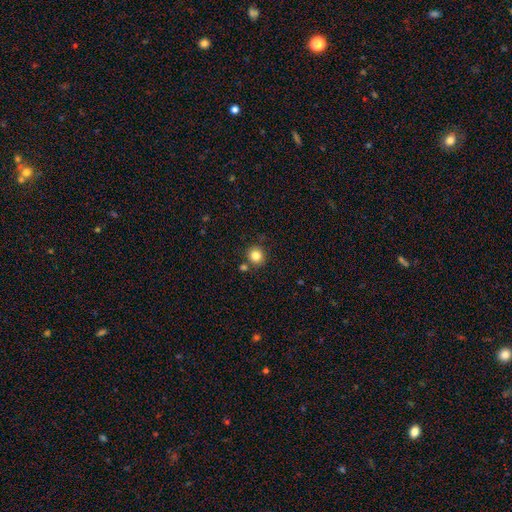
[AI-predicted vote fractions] smooth 83%, star or artifact 12%, featured or disk 5%. Down the decision tree: how rounded — round (92%); merging — none (82%).